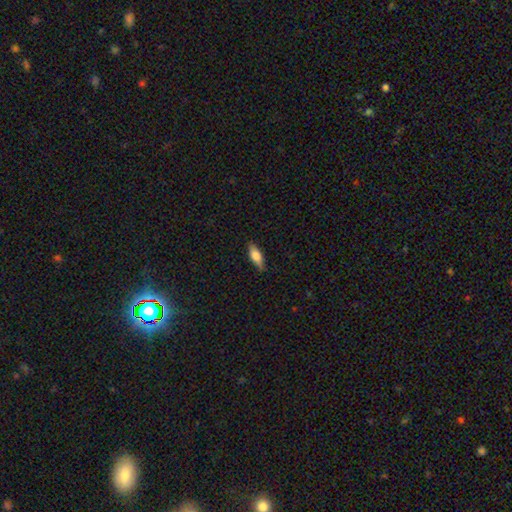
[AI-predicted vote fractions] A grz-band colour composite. It shows a smooth galaxy with no disk features (68%) that is in between round and cigar-shaped (64%). Merging: none (85%).